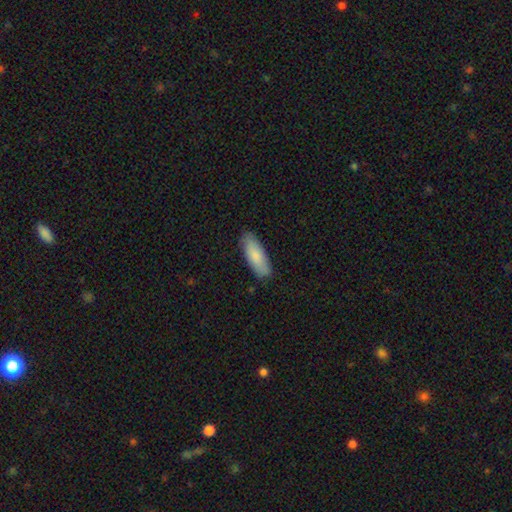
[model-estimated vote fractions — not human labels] smooth-or-featured: smooth: 85% | featured or disk: 10% | star or artifact: 5%
  how-rounded: in between: 65% | cigar-shaped: 34% | round: 2%
  merging: none: 85% | minor disturbance: 12% | major disturbance: 2% | merger: 1%